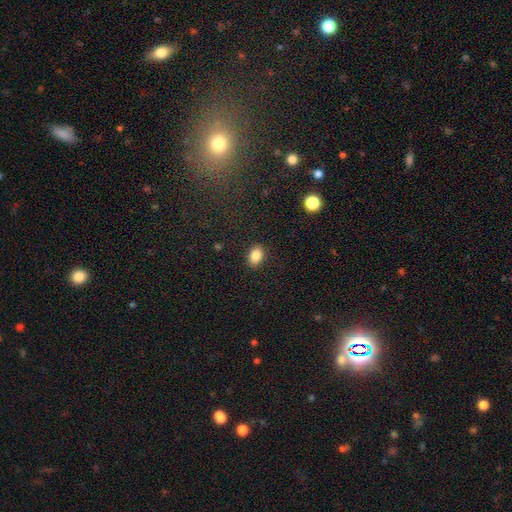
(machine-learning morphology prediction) smooth_or_featured: smooth (p=0.85) [alt: star or artifact p=0.09]
how_rounded: in between (p=0.79) [alt: round p=0.20]
merging: none (p=0.89) [alt: minor disturbance p=0.08]